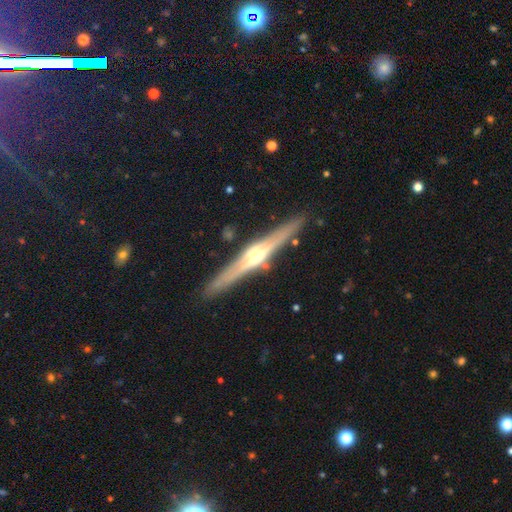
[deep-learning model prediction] Smooth or featured? Predicted: featured or disk (p=0.81). Edge-on disk? Predicted: yes (p=0.97). Edge-on bulge? Predicted: rounded (p=0.90). Merging? Predicted: none (p=0.89).